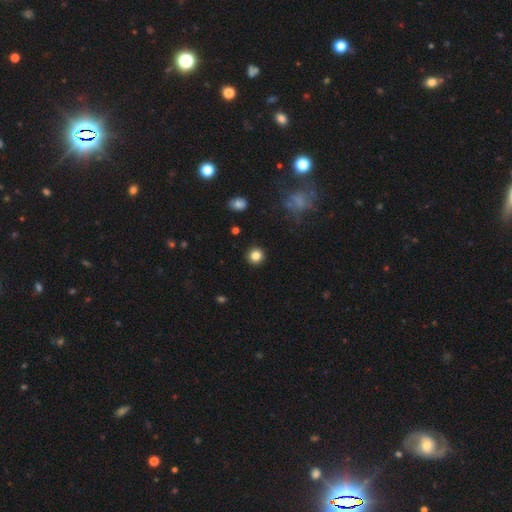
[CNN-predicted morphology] Smooth or featured? Predicted: smooth (p=0.83). How rounded? Predicted: round (p=0.94). Merging? Predicted: none (p=0.92).